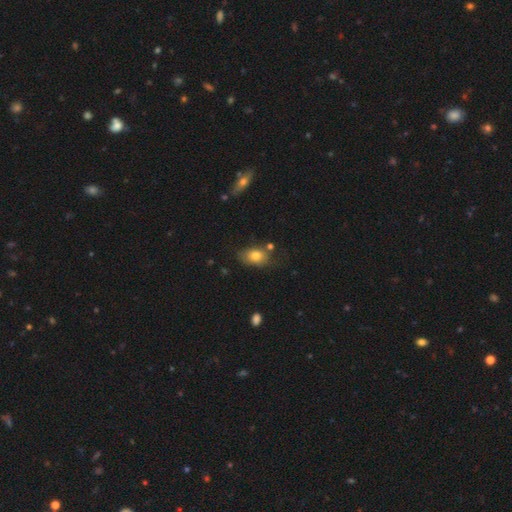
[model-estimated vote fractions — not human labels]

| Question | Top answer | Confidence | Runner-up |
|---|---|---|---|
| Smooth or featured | smooth | 78% | featured or disk (13%) |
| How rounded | in between | 80% | round (18%) |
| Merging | none | 64% | minor disturbance (23%) |